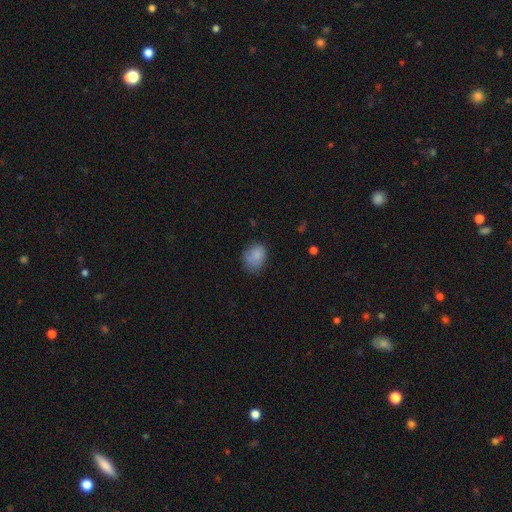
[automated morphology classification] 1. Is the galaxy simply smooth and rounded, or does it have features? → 80% smooth, 10% featured or disk, 9% star or artifact.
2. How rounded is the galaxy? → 52% in between, 47% round, 1% cigar-shaped.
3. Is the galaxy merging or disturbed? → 61% none, 28% minor disturbance, 9% major disturbance, 2% merger.